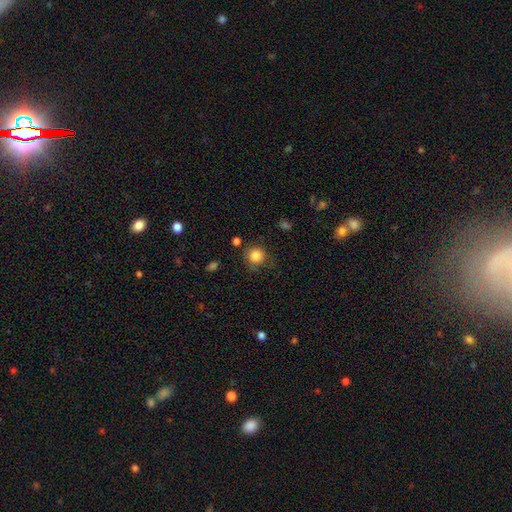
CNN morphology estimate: A smooth galaxy with no disk features (84%) that is round (92%).

Vote fractions:
- Smooth or featured? smooth: 84% / star or artifact: 10% / featured or disk: 6%
- How rounded? round: 92% / in between: 7% / cigar-shaped: 1%
- Merging? none: 77% / minor disturbance: 14% / major disturbance: 5% / merger: 3%